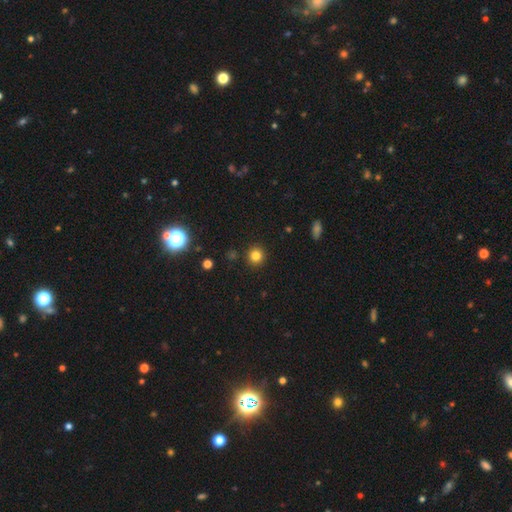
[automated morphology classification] Q: Smooth or featured?
A: smooth (81%); runner-up: star or artifact (13%)
Q: How rounded?
A: round (93%); runner-up: in between (6%)
Q: Merging?
A: none (91%); runner-up: minor disturbance (5%)